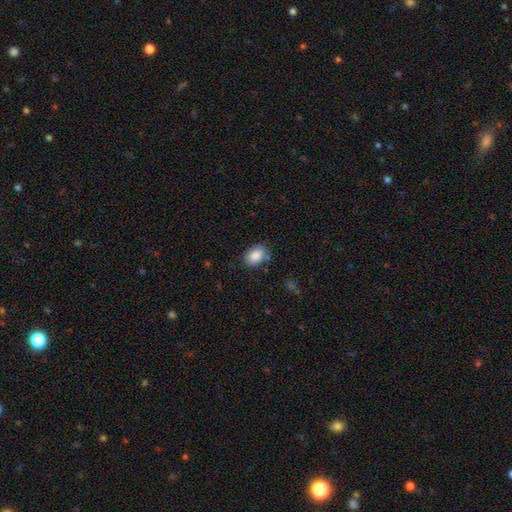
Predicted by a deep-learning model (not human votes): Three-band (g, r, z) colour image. It shows a smooth galaxy with no disk features (87%) that is in between round and cigar-shaped (81%). Merging: none (78%).